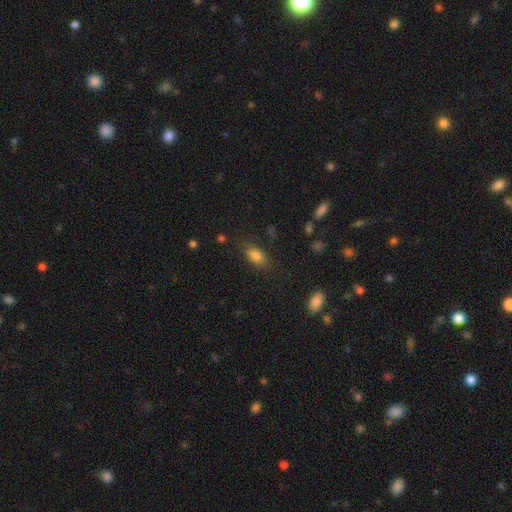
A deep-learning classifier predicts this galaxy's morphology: Smooth or featured?
  - smooth: 81% *
  - star or artifact: 10%
  - featured or disk: 9%
How rounded?
  - in between: 86% *
  - round: 10%
  - cigar-shaped: 5%
Merging?
  - none: 74% *
  - minor disturbance: 18%
  - major disturbance: 6%
  - merger: 2%